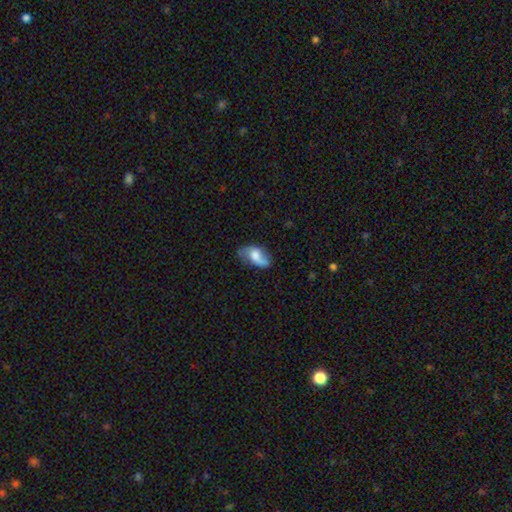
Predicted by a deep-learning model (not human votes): This is possibly a smooth galaxy (48%). Merging: possibly none (57%).